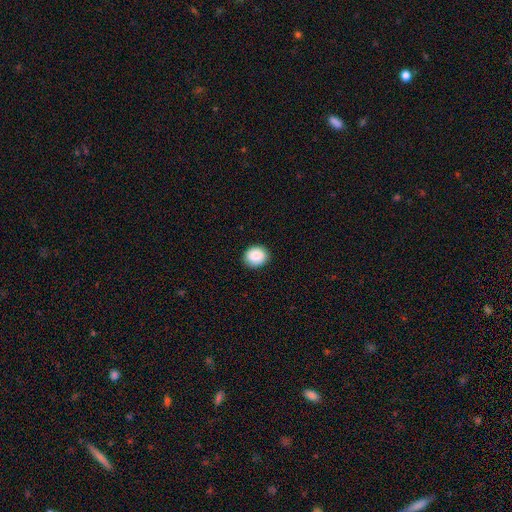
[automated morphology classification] This is clearly a smooth galaxy (86%). How rounded: likely round (68%). Merging: clearly none (87%).